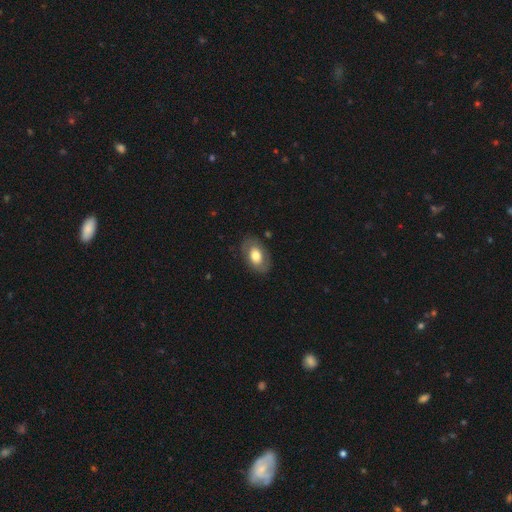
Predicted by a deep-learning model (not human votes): A smooth galaxy with no disk features (61%) that is in between round and cigar-shaped (86%).

Vote fractions:
- Smooth or featured? smooth: 61% / featured or disk: 32% / star or artifact: 7%
- How rounded? in between: 86% / round: 13% / cigar-shaped: 1%
- Merging? none: 79% / minor disturbance: 14% / major disturbance: 5% / merger: 1%